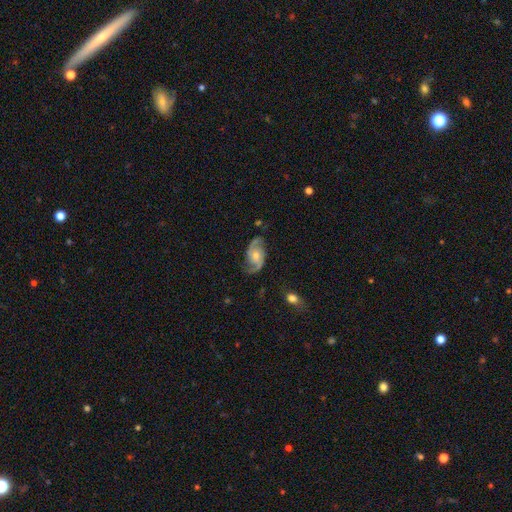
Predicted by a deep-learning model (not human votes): Overall: featured or disk (87%). Edge-on disk: no (97%). Bar: no (67%; weak 27%). Spiral arms: yes (96%). Spiral arm count: 2 (92%). Spiral winding: medium (50%; loose 30%). Bulge size: moderate (61%; small 32%). Merging: none (77%).